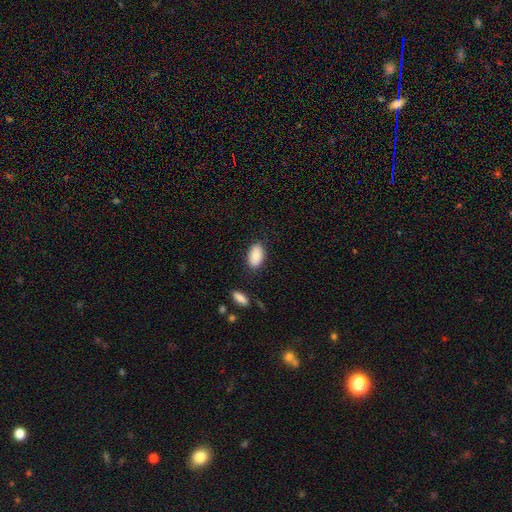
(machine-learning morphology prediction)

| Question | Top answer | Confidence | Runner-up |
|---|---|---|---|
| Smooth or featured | smooth | 90% | star or artifact (6%) |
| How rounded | in between | 94% | round (4%) |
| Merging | none | 83% | minor disturbance (11%) |